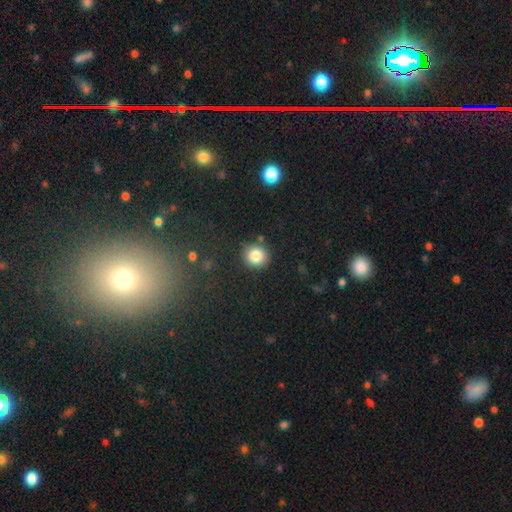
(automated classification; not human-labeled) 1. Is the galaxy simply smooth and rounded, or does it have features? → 84% smooth, 10% star or artifact, 6% featured or disk.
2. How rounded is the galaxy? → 91% round, 8% in between, 1% cigar-shaped.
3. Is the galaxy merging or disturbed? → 86% none, 9% minor disturbance, 3% merger, 3% major disturbance.